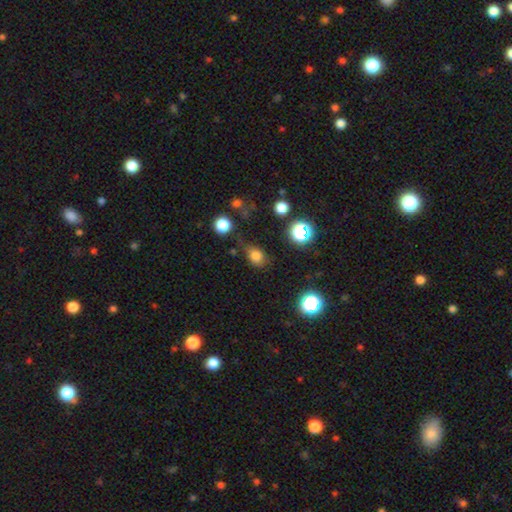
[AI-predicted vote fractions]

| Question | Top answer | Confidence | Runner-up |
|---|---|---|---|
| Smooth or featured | smooth | 75% | star or artifact (17%) |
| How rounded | in between | 54% | round (45%) |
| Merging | none | 64% | minor disturbance (24%) |